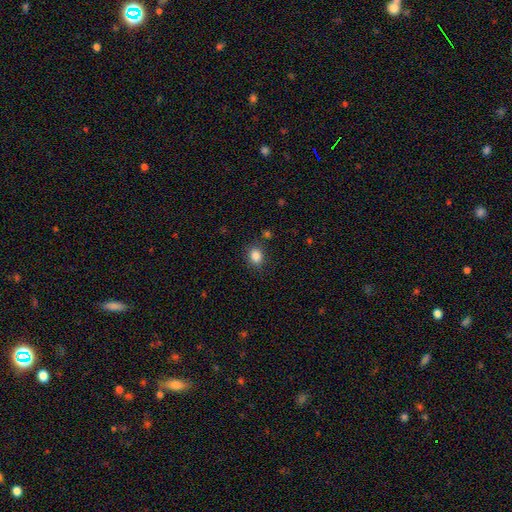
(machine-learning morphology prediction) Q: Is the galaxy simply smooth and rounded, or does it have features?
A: smooth — 85%.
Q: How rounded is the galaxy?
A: in between — 55%.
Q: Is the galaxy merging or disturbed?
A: none — 84%.